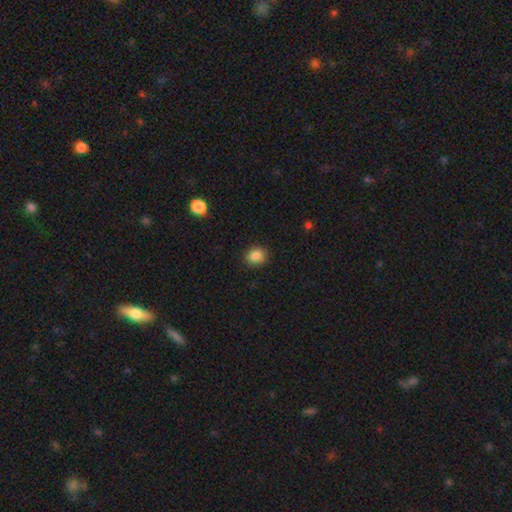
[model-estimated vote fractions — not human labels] This appears to be a smooth galaxy with no disk features (85%) that is round (69%). Merging: none (89%).